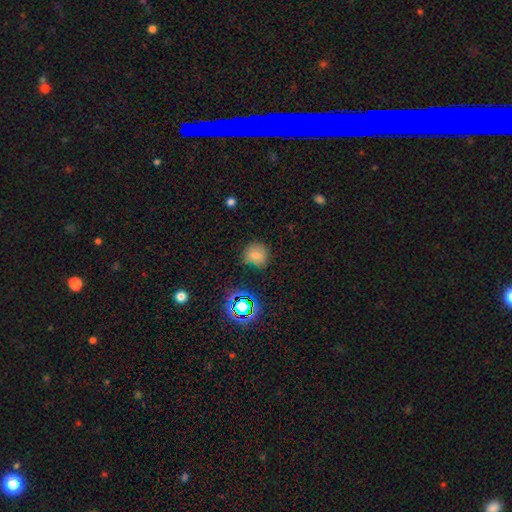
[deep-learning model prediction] smooth 71%, star or artifact 19%, featured or disk 10%. Down the decision tree: how rounded — round (85%); merging — none (77%).